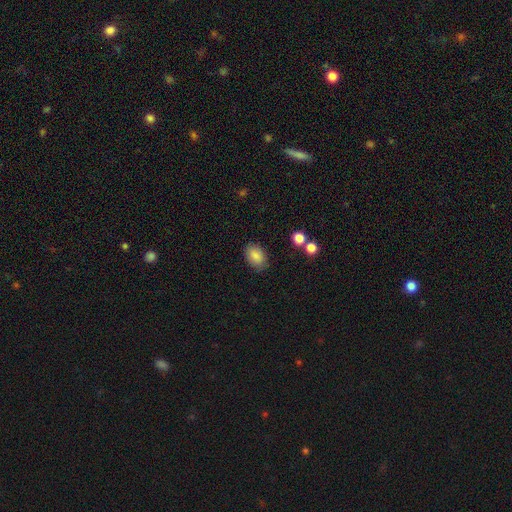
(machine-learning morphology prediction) Smooth or featured?
  - smooth: 86% *
  - star or artifact: 8%
  - featured or disk: 6%
How rounded?
  - in between: 87% *
  - round: 11%
  - cigar-shaped: 1%
Merging?
  - none: 85% *
  - minor disturbance: 11%
  - major disturbance: 3%
  - merger: 2%